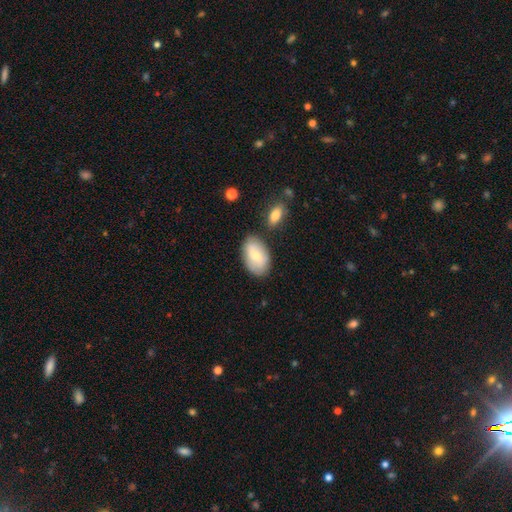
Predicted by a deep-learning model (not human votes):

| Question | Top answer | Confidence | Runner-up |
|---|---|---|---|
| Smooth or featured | smooth | 65% | featured or disk (29%) |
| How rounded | in between | 91% | round (7%) |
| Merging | none | 74% | minor disturbance (16%) |